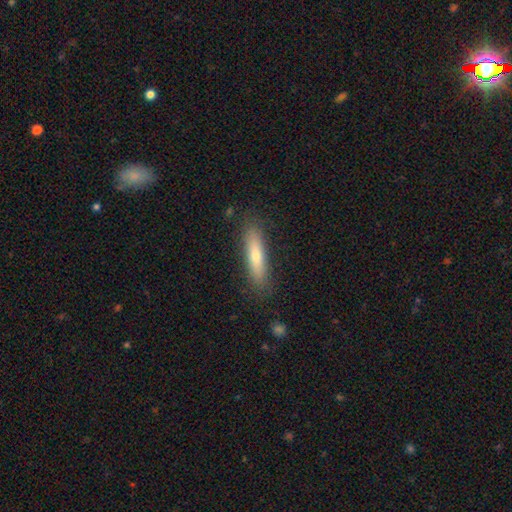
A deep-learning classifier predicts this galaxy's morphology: A smooth galaxy with no disk features (66%) that is cigar-shaped (77%). Merging: none (85%).